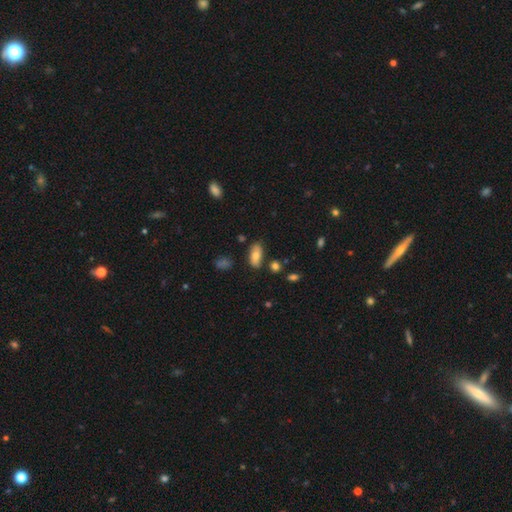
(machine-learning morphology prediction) This is likely a smooth galaxy (74%). How rounded: clearly in between (88%). Merging: likely none (75%).